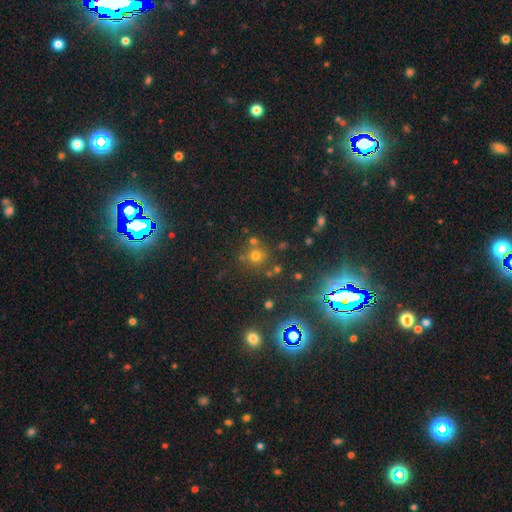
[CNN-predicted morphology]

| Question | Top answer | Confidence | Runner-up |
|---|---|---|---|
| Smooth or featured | smooth | 59% | star or artifact (30%) |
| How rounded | round | 90% | in between (8%) |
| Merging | none | 71% | merger (14%) |